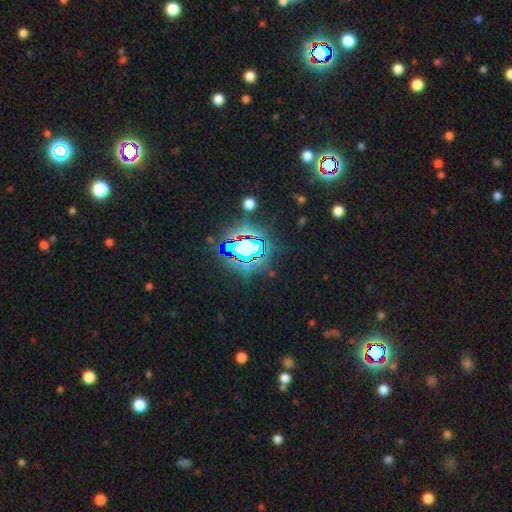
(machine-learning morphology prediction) The model was most divided on "smooth or featured": star or artifact: 82%, smooth: 10%, featured or disk: 7%.